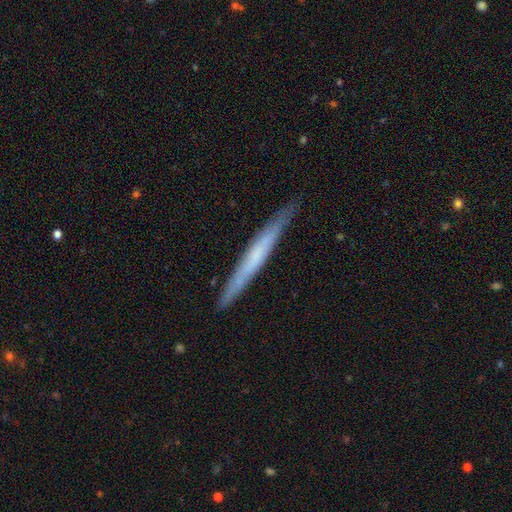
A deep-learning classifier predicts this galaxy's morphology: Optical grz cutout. It shows a featured or disk galaxy (49%). Merging: none (88%).